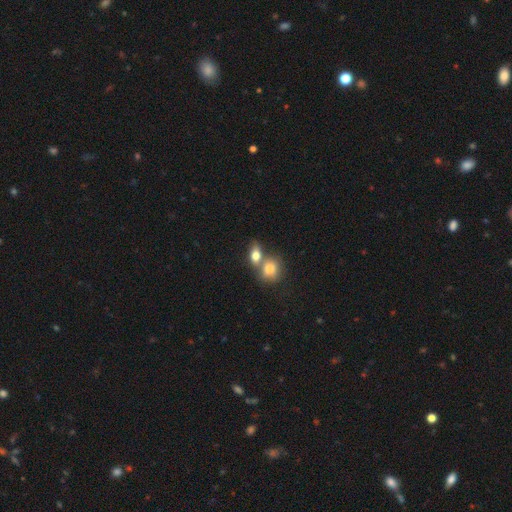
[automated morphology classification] Overall: smooth (78%). How rounded: in between (71%). Merging: merger (57%; none 29%).